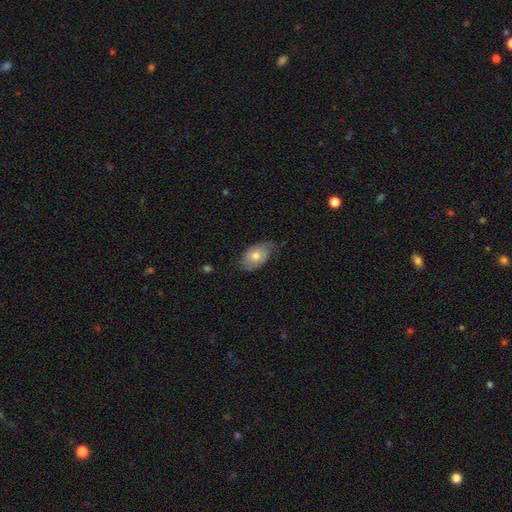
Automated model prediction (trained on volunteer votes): A smooth galaxy with no disk features (66%) that is in between round and cigar-shaped (89%). Merging: none (60%).